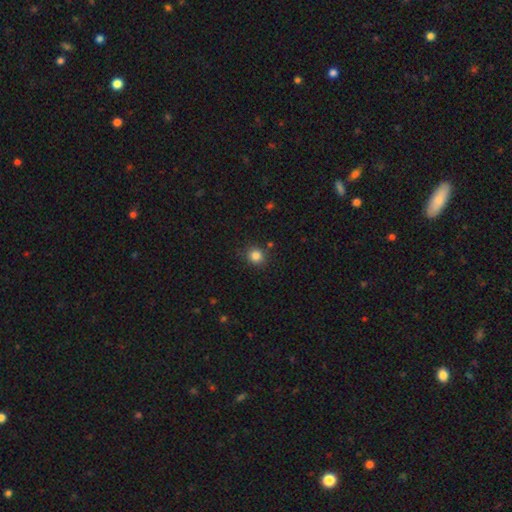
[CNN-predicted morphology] type=smooth (83%); roundness=round (87%); merging=none (85%).